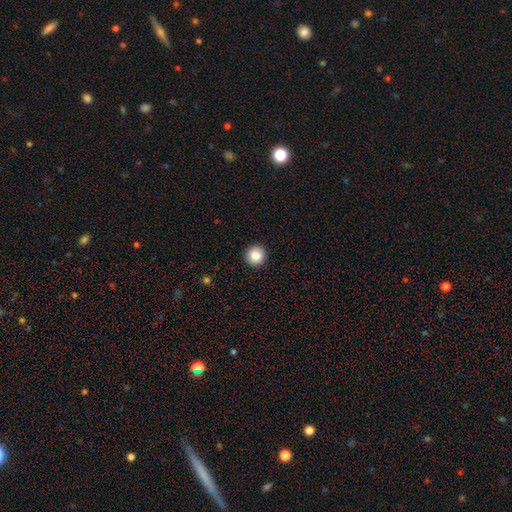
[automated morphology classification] Q: Smooth or featured?
A: smooth (85%); runner-up: star or artifact (9%)
Q: How rounded?
A: round (96%); runner-up: in between (4%)
Q: Merging?
A: none (93%); runner-up: minor disturbance (4%)